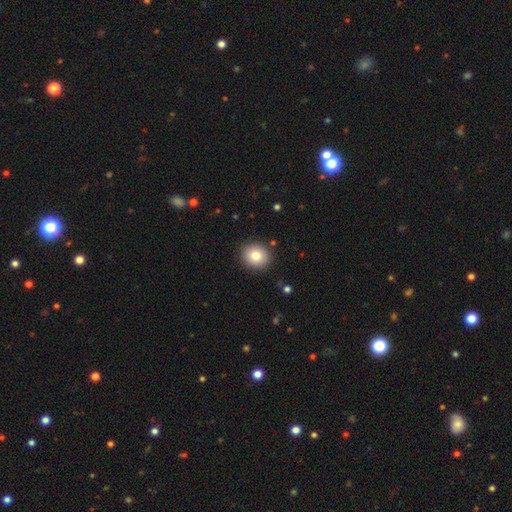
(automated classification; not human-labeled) Smooth or featured: smooth — 82% (star or artifact — 9%)
How rounded: round — 82% (in between — 17%)
Merging: none — 90% (minor disturbance — 7%)